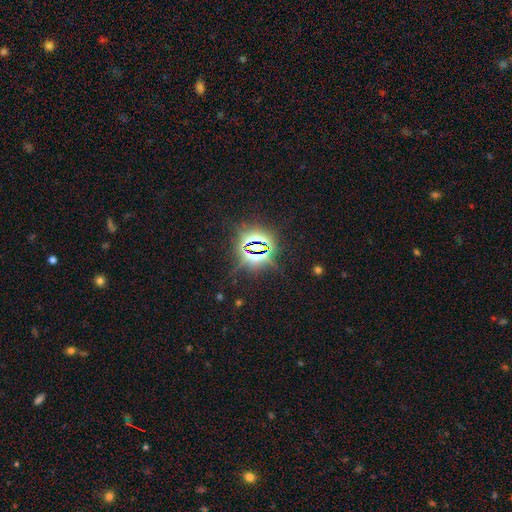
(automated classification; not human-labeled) Morphology: type=star or artifact (84%).